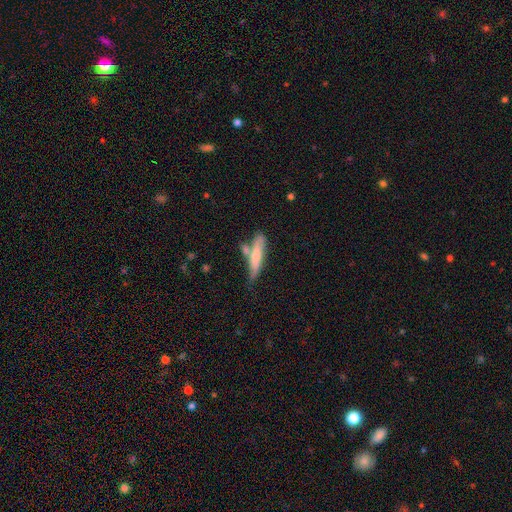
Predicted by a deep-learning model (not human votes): Smooth or featured? smooth (63%)
How rounded? cigar-shaped (80%)
Merging? none (48%)